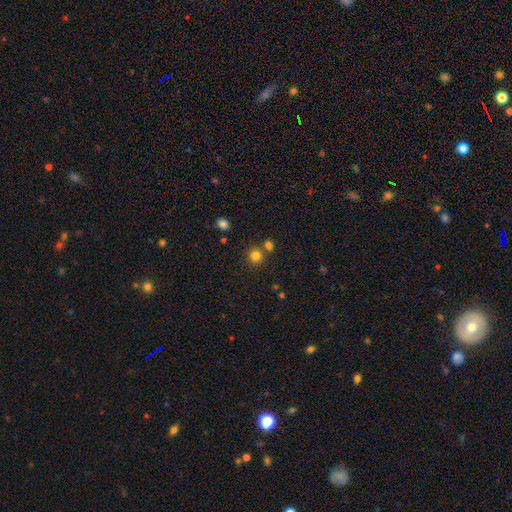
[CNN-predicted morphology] Q: Smooth or featured?
A: smooth (80%); runner-up: star or artifact (14%)
Q: How rounded?
A: round (92%); runner-up: in between (7%)
Q: Merging?
A: none (73%); runner-up: merger (17%)